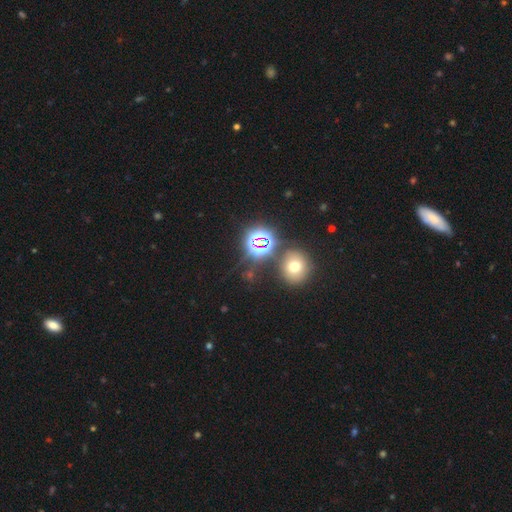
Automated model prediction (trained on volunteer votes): This appears to be a star or artifact, not a galaxy (59%).